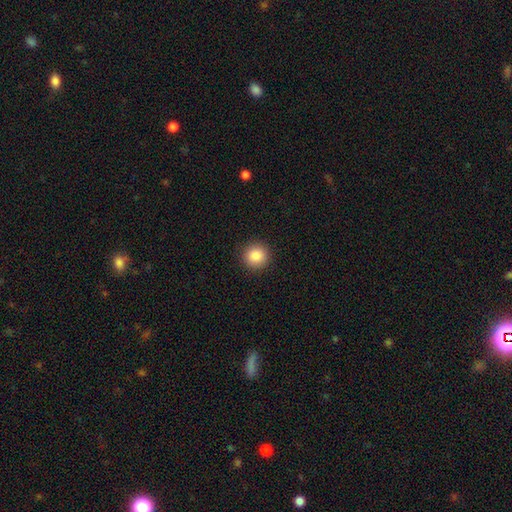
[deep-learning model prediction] Smooth or featured?
  - smooth: 86% *
  - star or artifact: 10%
  - featured or disk: 4%
How rounded?
  - round: 94% *
  - in between: 5%
  - cigar-shaped: 1%
Merging?
  - none: 92% *
  - minor disturbance: 5%
  - major disturbance: 2%
  - merger: 1%